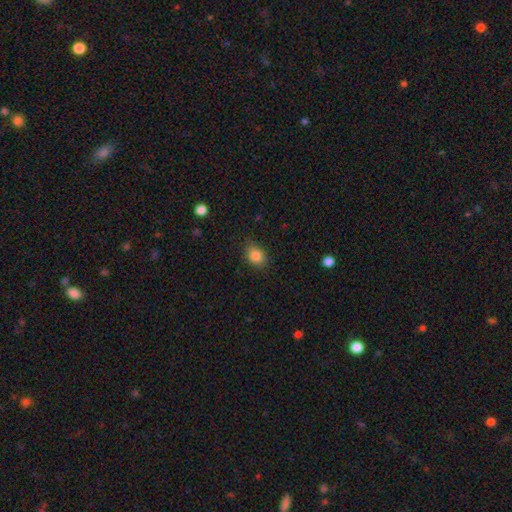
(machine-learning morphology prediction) Q: Smooth or featured?
A: smooth (85%); runner-up: star or artifact (10%)
Q: How rounded?
A: in between (63%); runner-up: round (36%)
Q: Merging?
A: none (78%); runner-up: minor disturbance (17%)